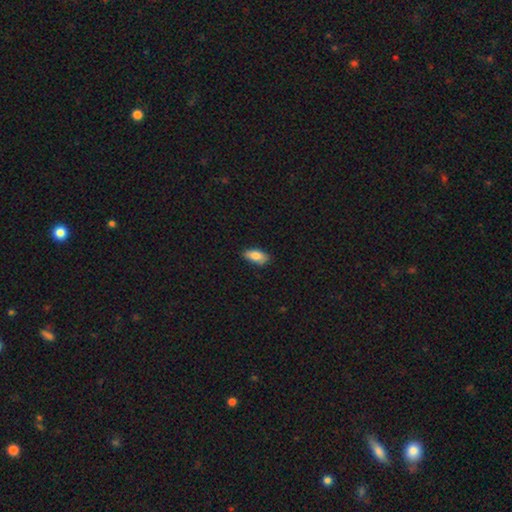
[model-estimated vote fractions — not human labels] This appears to be a smooth galaxy with no disk features (84%) that is in between round and cigar-shaped (89%). Merging: none (81%).